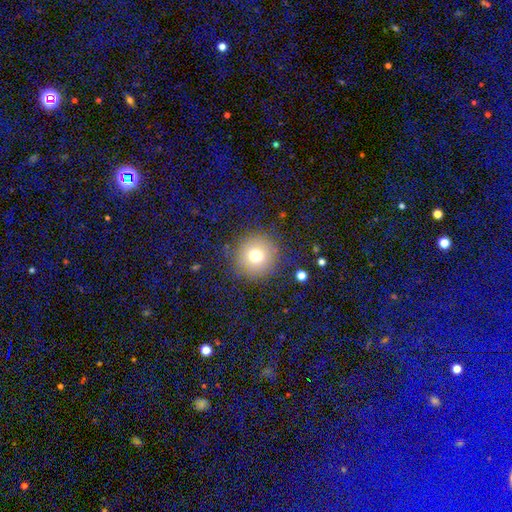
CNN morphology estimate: smooth 72%, star or artifact 15%, featured or disk 12%. Down the decision tree: how rounded — round (94%); merging — none (84%).